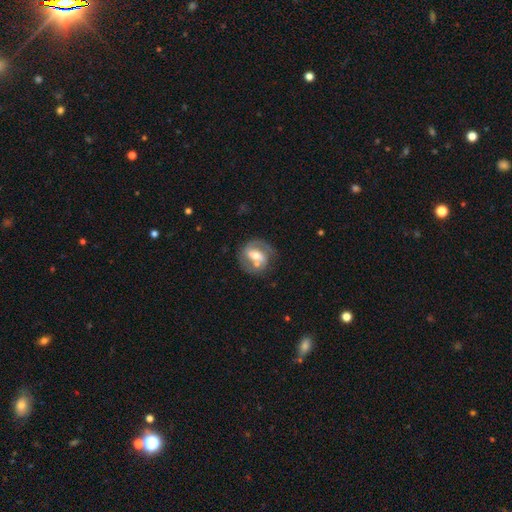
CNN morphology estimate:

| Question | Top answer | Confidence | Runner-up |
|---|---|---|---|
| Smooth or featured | featured or disk | 72% | smooth (22%) |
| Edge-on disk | no | 97% | yes (3%) |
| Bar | weak | 38% | strong (34%) |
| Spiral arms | yes | 81% | no (19%) |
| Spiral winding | medium | 49% | tight (30%) |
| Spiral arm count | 2 | 81% | 1 (8%) |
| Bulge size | moderate | 62% | small (28%) |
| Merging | none | 56% | merger (19%) |